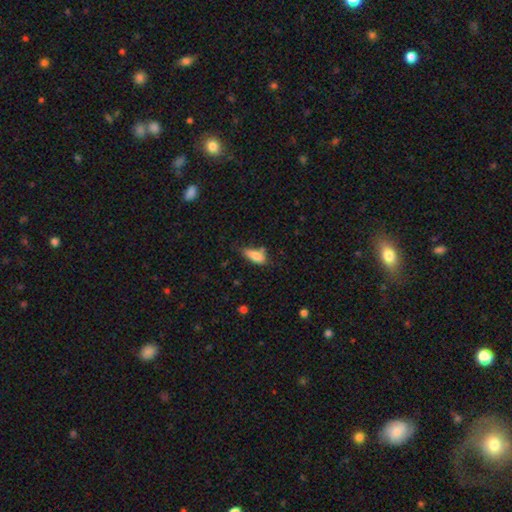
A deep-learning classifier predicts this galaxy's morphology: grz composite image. It shows a smooth galaxy with no disk features (77%) that is in between round and cigar-shaped (66%). Merging: none (51%).